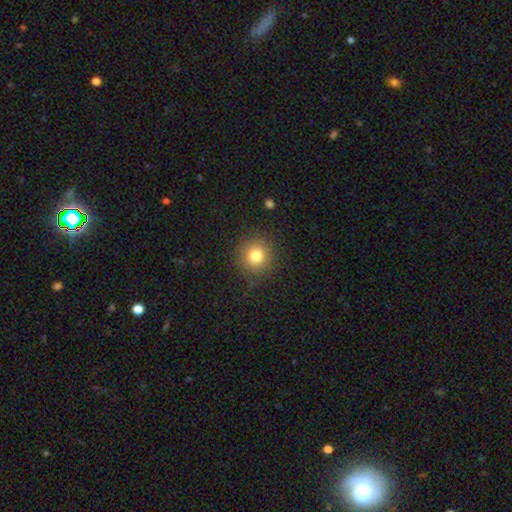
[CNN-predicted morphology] Overall: smooth (80%). How rounded: round (93%). Merging: none (89%).